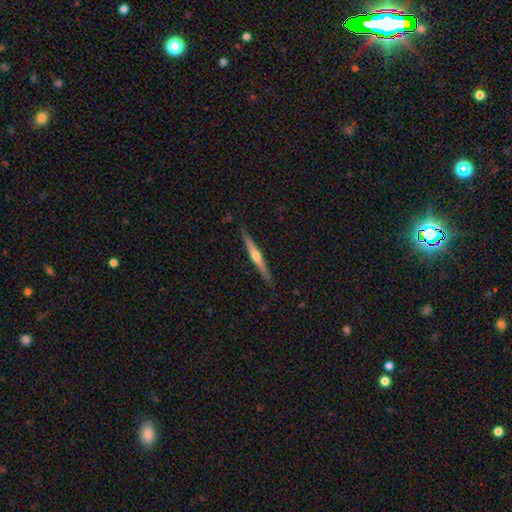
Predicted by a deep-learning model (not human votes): Smooth or featured: featured or disk — 66% (smooth — 28%)
Edge-on disk: yes — 97% (no — 3%)
Edge-on bulge: rounded — 86% (none — 11%)
Merging: none — 88% (minor disturbance — 9%)